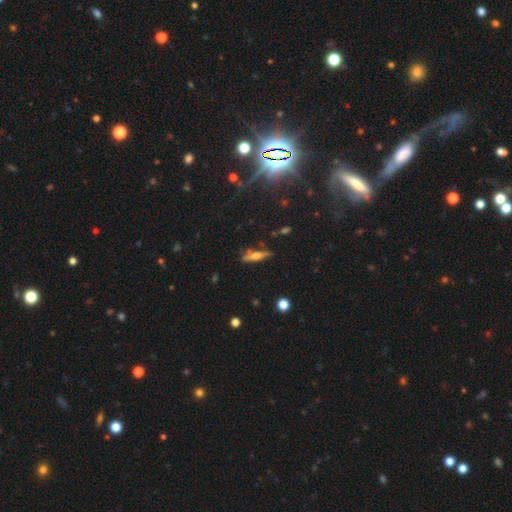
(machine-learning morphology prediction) smooth 48%, featured or disk 43%, star or artifact 9%. Down the decision tree: merging — none (79%).